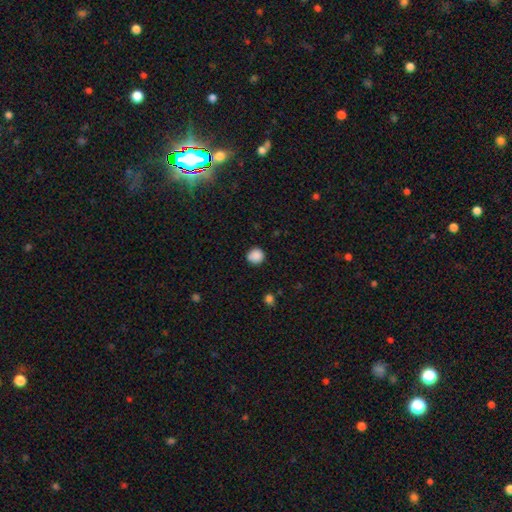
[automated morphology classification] A smooth galaxy with no disk features (87%) that is round (92%).

Vote fractions:
- Smooth or featured? smooth: 87% / star or artifact: 10% / featured or disk: 3%
- How rounded? round: 92% / in between: 7% / cigar-shaped: 1%
- Merging? none: 84% / minor disturbance: 11% / major disturbance: 3% / merger: 2%